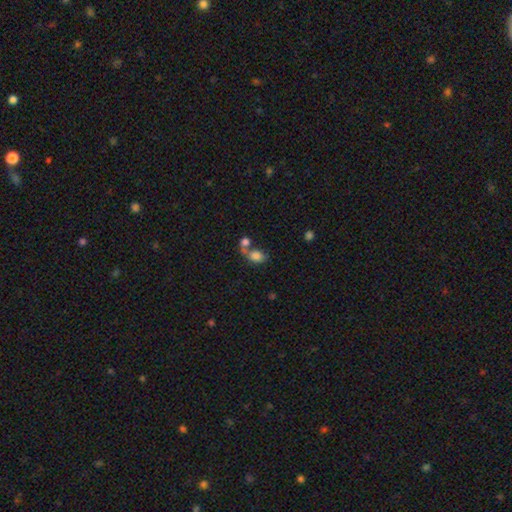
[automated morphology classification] Smooth or featured?
  - smooth: 79% *
  - featured or disk: 11%
  - star or artifact: 10%
How rounded?
  - in between: 66% *
  - round: 33%
  - cigar-shaped: 2%
Merging?
  - merger: 53% *
  - none: 27%
  - minor disturbance: 11%
  - major disturbance: 10%